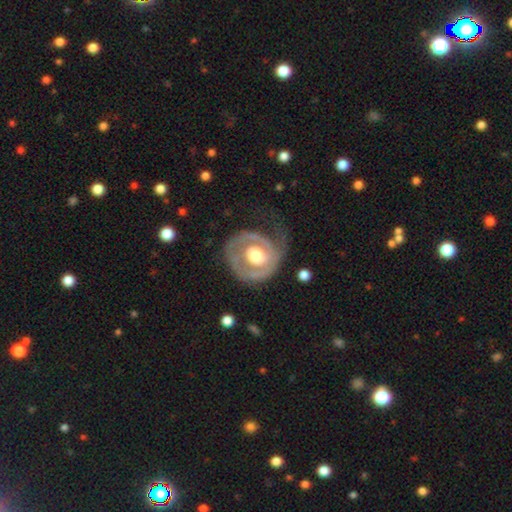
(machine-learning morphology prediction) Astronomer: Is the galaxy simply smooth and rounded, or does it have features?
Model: featured or disk — 77%.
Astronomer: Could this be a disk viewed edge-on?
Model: no — 97%.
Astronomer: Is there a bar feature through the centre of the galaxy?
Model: no — 77%.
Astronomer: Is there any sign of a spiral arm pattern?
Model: yes — 71%.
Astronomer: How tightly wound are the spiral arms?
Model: tight — 57%.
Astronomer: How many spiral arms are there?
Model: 1 — 50% (runner-up: 2, 28%).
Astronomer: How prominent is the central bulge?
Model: moderate — 55% (runner-up: large, 35%).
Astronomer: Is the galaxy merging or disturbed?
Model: none — 49% (runner-up: major disturbance, 26%).